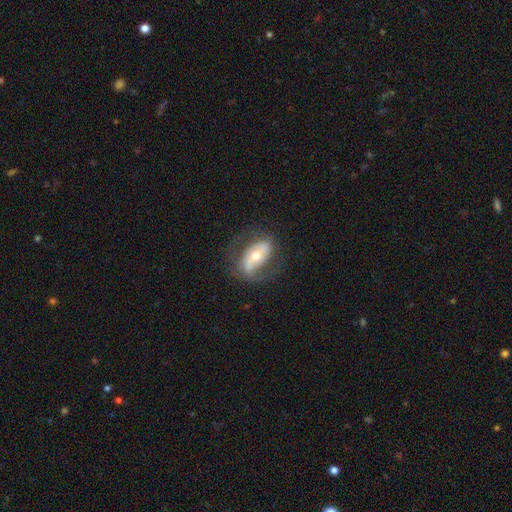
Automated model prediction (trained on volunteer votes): Smooth or featured? Predicted: featured or disk (p=0.63). Edge-on disk? Predicted: no (p=0.90). Bar? Predicted: no (p=0.40). Spiral arms? Predicted: yes (p=0.62). Bulge size? Predicted: moderate (p=0.63). Merging? Predicted: none (p=0.65).